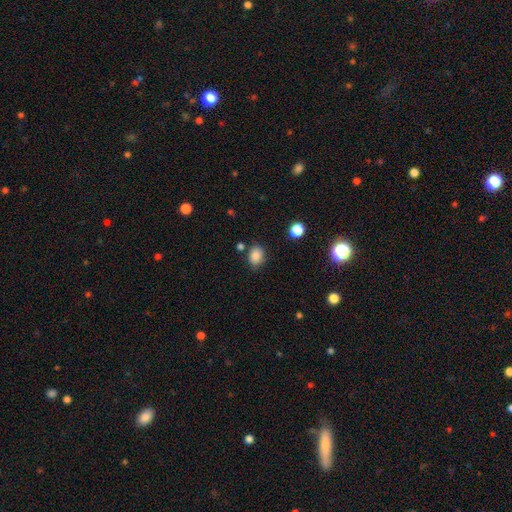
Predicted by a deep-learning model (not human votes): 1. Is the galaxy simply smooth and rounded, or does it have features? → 86% smooth, 10% star or artifact, 4% featured or disk.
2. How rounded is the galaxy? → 66% in between, 33% round, 1% cigar-shaped.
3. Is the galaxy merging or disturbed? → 75% none, 16% minor disturbance, 5% merger, 4% major disturbance.